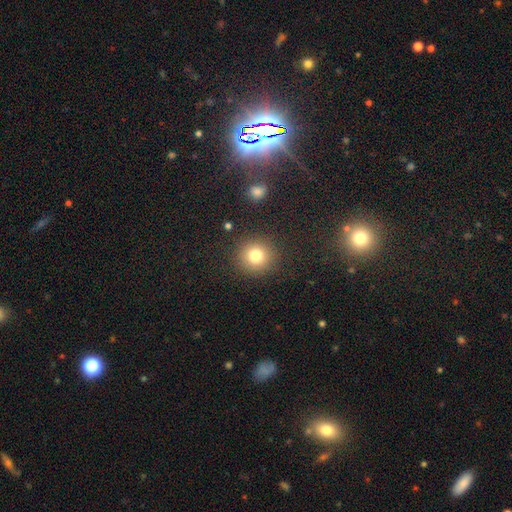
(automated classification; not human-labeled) This appears to be a smooth galaxy with no disk features (79%) that is round (92%). Merging: none (89%).